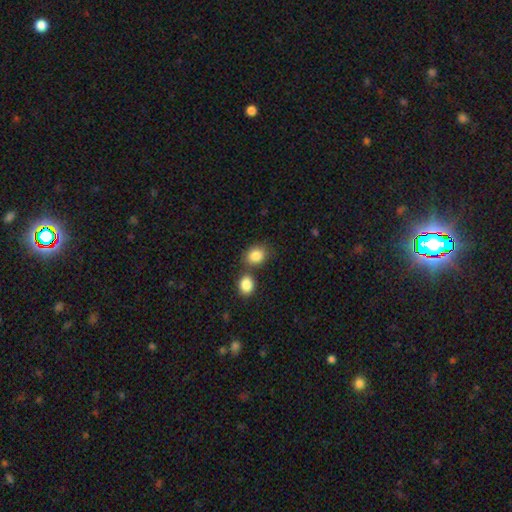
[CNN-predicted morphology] Smooth or featured? Predicted: smooth (p=0.85). How rounded? Predicted: in between (p=0.51). Merging? Predicted: none (p=0.58).